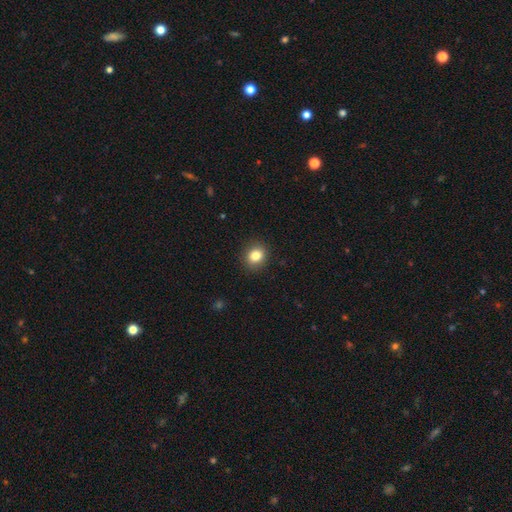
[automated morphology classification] This is clearly a smooth galaxy (83%). How rounded: likely round (72%). Merging: clearly none (90%).